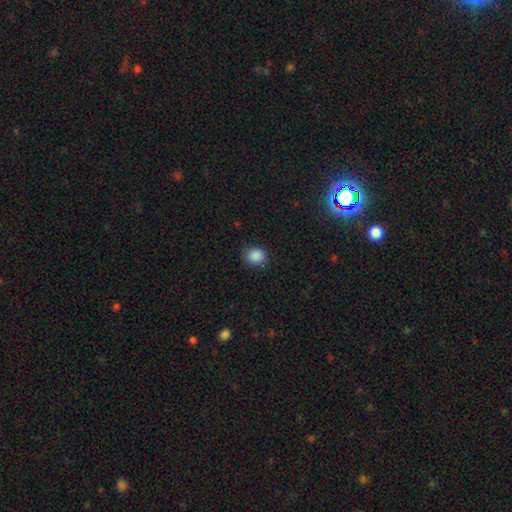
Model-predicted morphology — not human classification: Smooth or featured: smooth — 88% (star or artifact — 10%)
How rounded: round — 72% (in between — 27%)
Merging: none — 85% (minor disturbance — 11%)